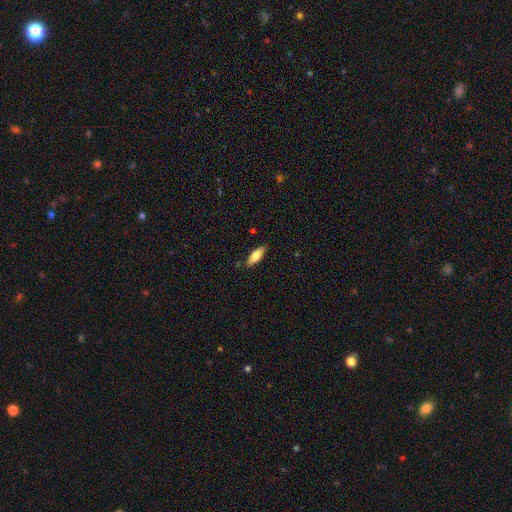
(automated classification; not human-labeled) Smooth or featured: smooth — 56% (featured or disk — 37%)
How rounded: in between — 56% (cigar-shaped — 42%)
Merging: none — 86% (minor disturbance — 11%)